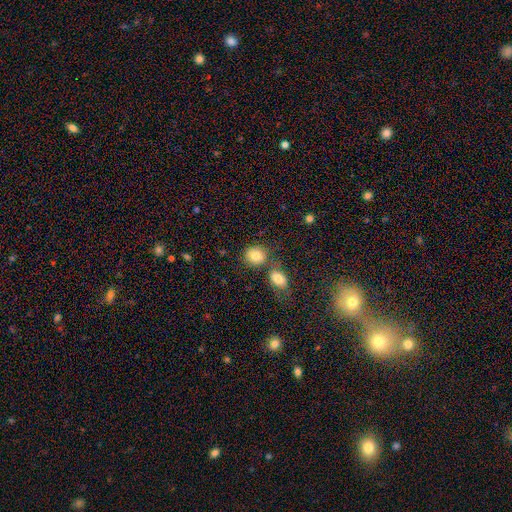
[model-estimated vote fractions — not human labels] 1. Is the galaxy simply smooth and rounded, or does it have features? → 83% smooth, 9% star or artifact, 8% featured or disk.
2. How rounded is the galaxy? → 72% round, 27% in between, 1% cigar-shaped.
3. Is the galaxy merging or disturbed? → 64% none, 22% merger, 11% minor disturbance, 4% major disturbance.